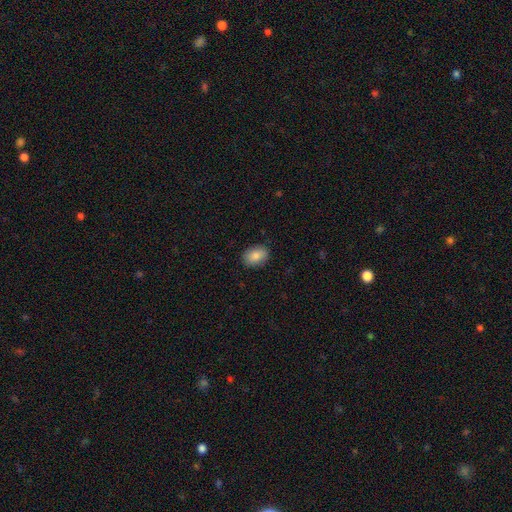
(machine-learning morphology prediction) A smooth galaxy with no disk features (85%) that is in between round and cigar-shaped (78%).

Vote fractions:
- Smooth or featured? smooth: 85% / star or artifact: 8% / featured or disk: 7%
- How rounded? in between: 78% / round: 20% / cigar-shaped: 1%
- Merging? none: 88% / minor disturbance: 9% / major disturbance: 2% / merger: 1%